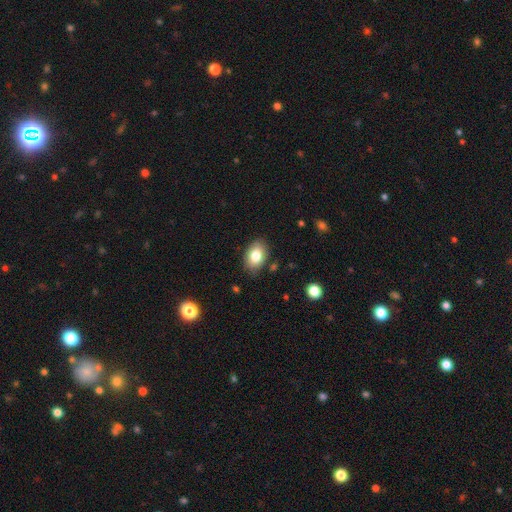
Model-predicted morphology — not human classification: smooth_or_featured: smooth (p=0.80) [alt: featured or disk p=0.12]
how_rounded: in between (p=0.85) [alt: round p=0.14]
merging: none (p=0.83) [alt: minor disturbance p=0.13]